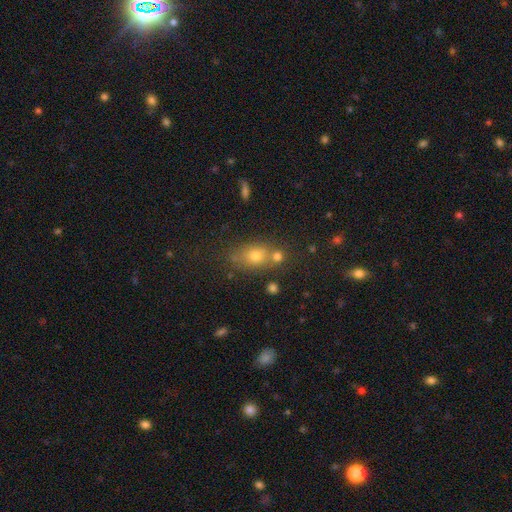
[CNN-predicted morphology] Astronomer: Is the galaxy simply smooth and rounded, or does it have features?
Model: smooth — 69%.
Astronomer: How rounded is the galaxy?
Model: in between — 57% (runner-up: round, 40%).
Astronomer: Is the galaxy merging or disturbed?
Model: none — 57%.